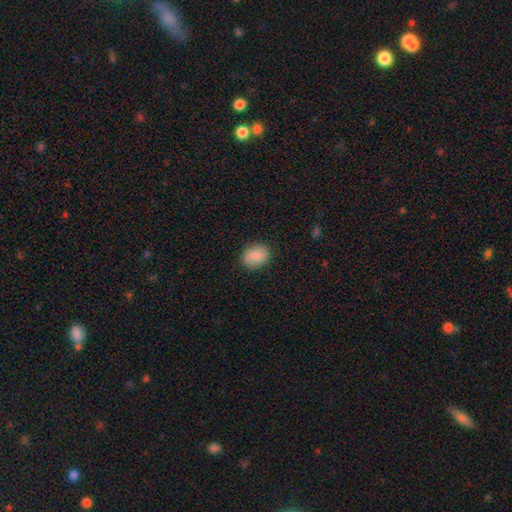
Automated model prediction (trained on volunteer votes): Q: Smooth or featured?
A: smooth (85%); runner-up: star or artifact (8%)
Q: How rounded?
A: round (52%); runner-up: in between (47%)
Q: Merging?
A: none (88%); runner-up: minor disturbance (9%)